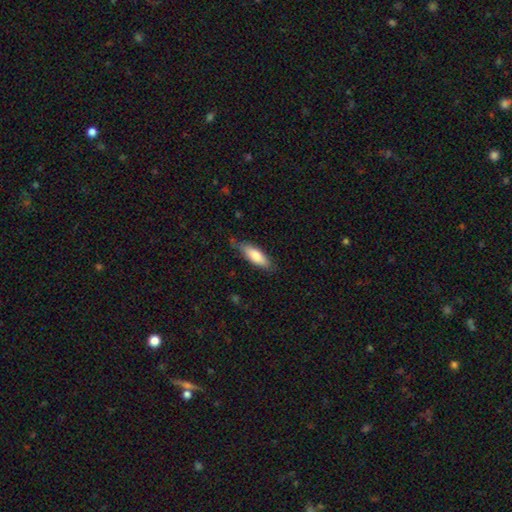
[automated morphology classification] smooth_or_featured: smooth (p=0.79) [alt: featured or disk p=0.15]
how_rounded: in between (p=0.59) [alt: cigar-shaped p=0.39]
merging: none (p=0.73) [alt: minor disturbance p=0.21]